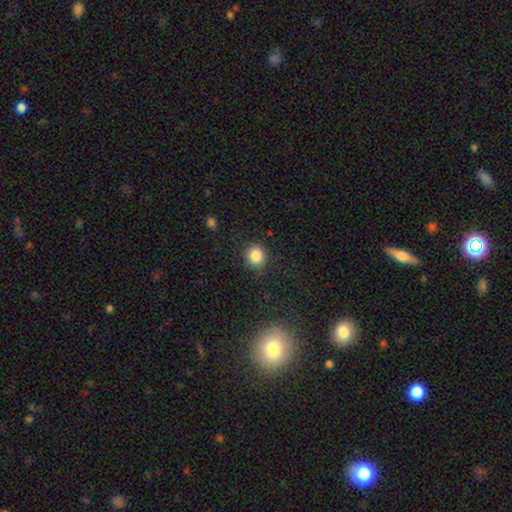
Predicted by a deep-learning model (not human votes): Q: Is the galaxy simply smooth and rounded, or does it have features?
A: smooth — 85%.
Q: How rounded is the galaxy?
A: round — 87%.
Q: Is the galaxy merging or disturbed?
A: none — 86%.